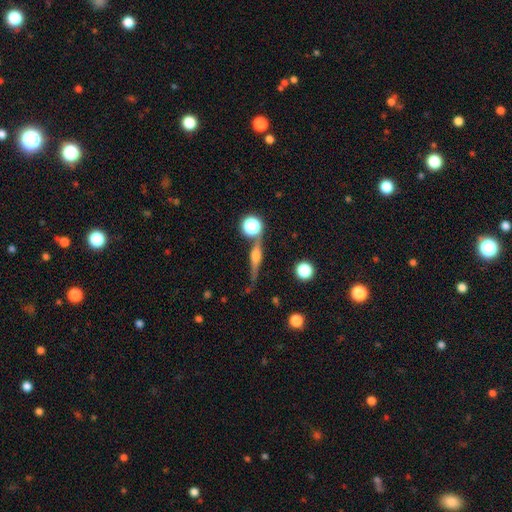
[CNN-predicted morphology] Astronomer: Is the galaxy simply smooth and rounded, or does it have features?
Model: featured or disk — 71%.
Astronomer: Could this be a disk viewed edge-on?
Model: yes — 96%.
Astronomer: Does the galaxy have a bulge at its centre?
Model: rounded — 86%.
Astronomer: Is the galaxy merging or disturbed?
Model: none — 76%.